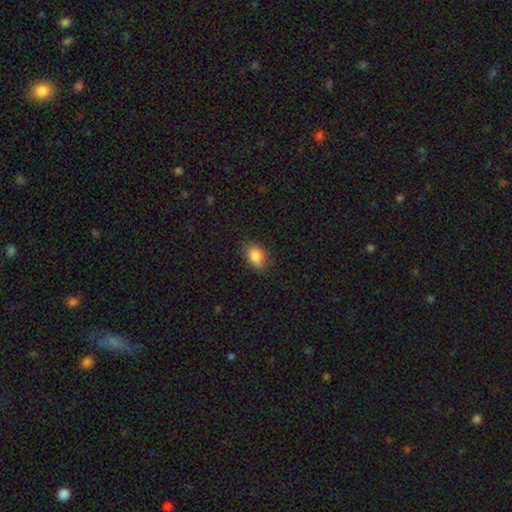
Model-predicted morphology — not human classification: A smooth galaxy with no disk features (85%) that is in between round and cigar-shaped (75%). Merging: none (79%).